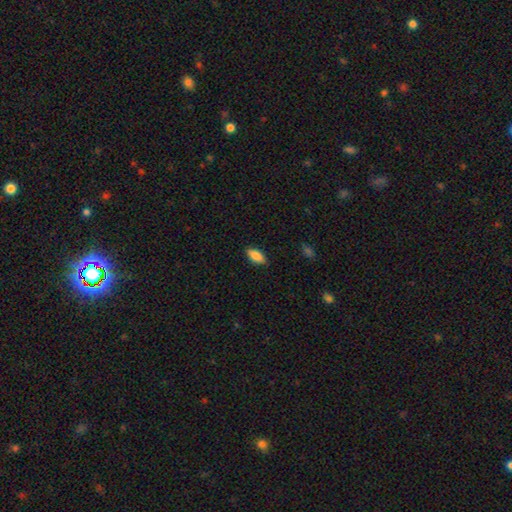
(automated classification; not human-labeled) Q: Smooth or featured?
A: smooth (81%); runner-up: featured or disk (12%)
Q: How rounded?
A: in between (85%); runner-up: cigar-shaped (12%)
Q: Merging?
A: none (87%); runner-up: minor disturbance (10%)